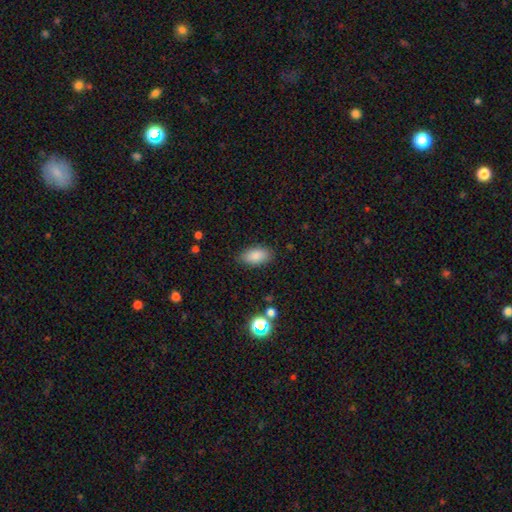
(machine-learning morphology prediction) This appears to be a smooth galaxy with no disk features (86%) that is in between round and cigar-shaped (91%). Merging: none (85%).